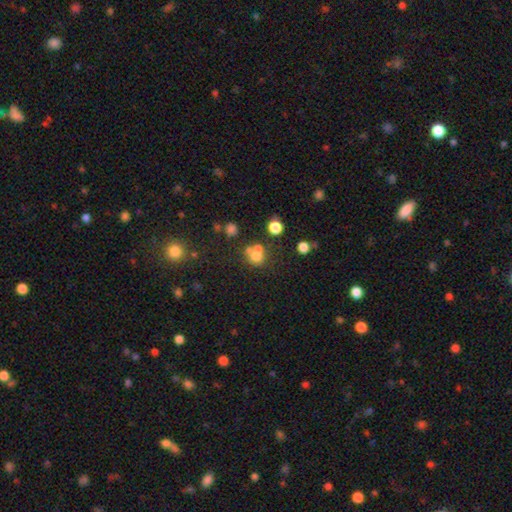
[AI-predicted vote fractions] Smooth or featured? Predicted: smooth (p=0.65). How rounded? Predicted: round (p=0.80). Merging? Predicted: merger (p=0.43).